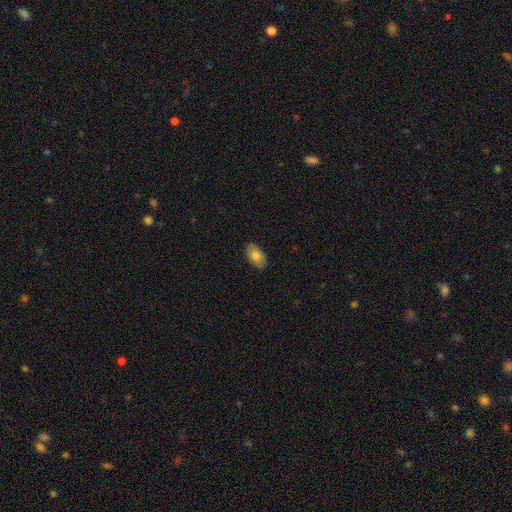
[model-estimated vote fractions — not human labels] Smooth or featured? smooth (73%)
How rounded? in between (94%)
Merging? none (86%)